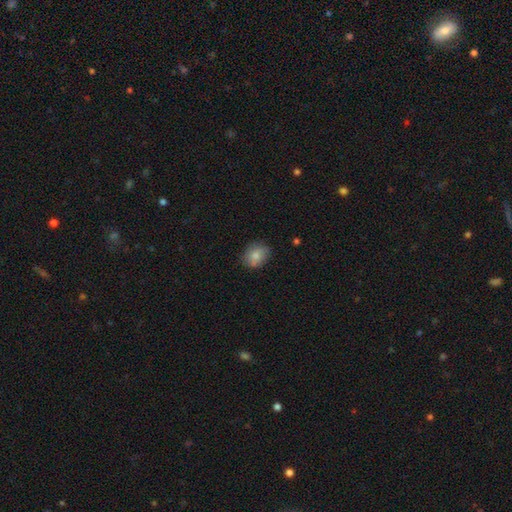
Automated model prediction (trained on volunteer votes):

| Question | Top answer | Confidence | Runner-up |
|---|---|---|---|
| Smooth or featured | smooth | 76% | featured or disk (15%) |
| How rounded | in between | 53% | round (45%) |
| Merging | none | 72% | minor disturbance (21%) |